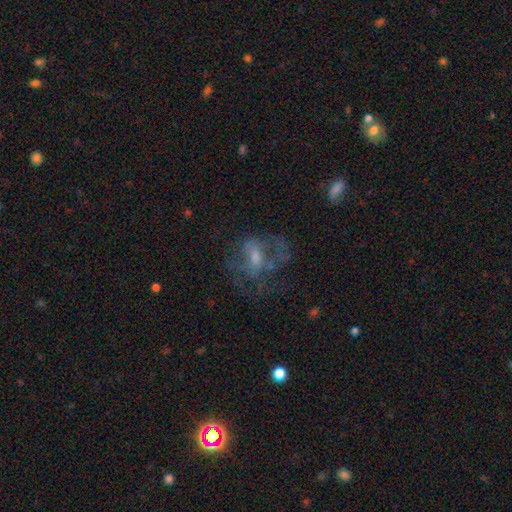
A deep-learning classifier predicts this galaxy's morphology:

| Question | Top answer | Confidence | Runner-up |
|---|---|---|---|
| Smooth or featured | featured or disk | 53% | star or artifact (26%) |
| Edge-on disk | no | 96% | yes (4%) |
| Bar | no | 56% | weak (34%) |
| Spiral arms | yes | 53% | no (47%) |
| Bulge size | small | 44% | moderate (36%) |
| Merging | none | 54% | major disturbance (26%) |